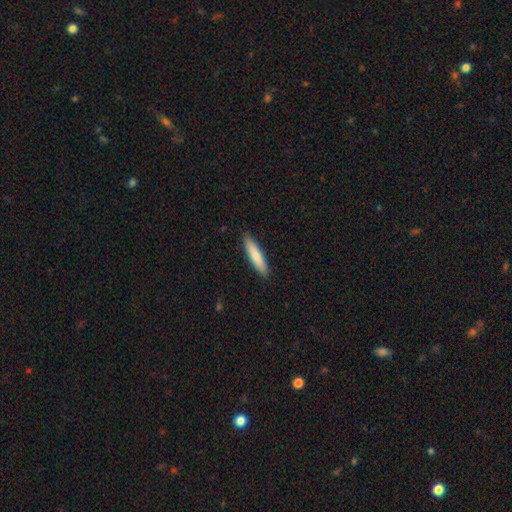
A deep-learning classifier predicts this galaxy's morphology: A smooth galaxy with no disk features (80%) that is cigar-shaped (81%). Merging: none (90%).